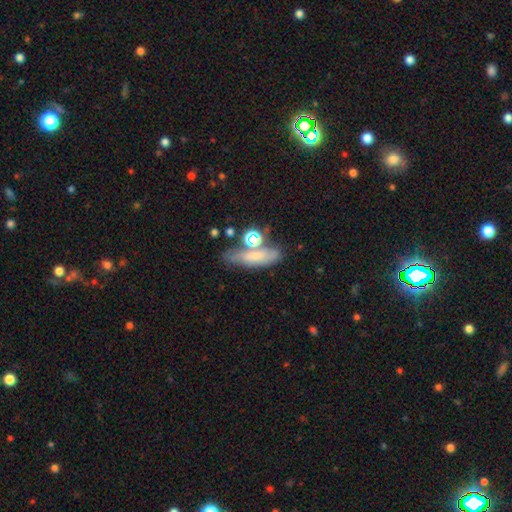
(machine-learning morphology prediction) Smooth or featured?
  - smooth: 61% *
  - featured or disk: 25%
  - star or artifact: 14%
How rounded?
  - in between: 44% *
  - cigar-shaped: 43%
  - round: 12%
Merging?
  - none: 50% *
  - minor disturbance: 20%
  - merger: 18%
  - major disturbance: 12%